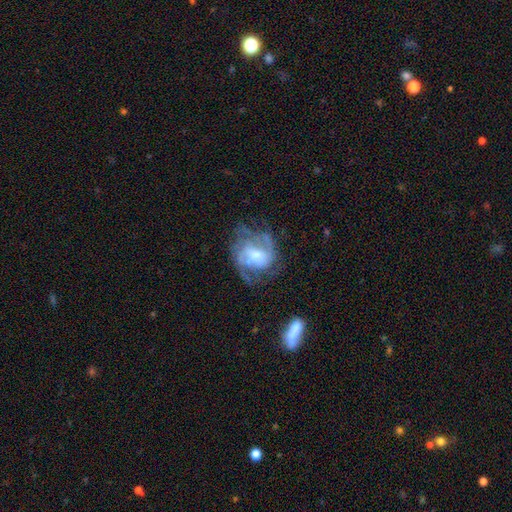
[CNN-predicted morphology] Smooth or featured: featured or disk — 78% (smooth — 15%)
Edge-on disk: no — 98% (yes — 2%)
Bar: no — 56% (weak — 35%)
Spiral arms: yes — 88% (no — 12%)
Spiral winding: medium — 46% (tight — 34%)
Spiral arm count: 2 — 33% (can't tell — 30%)
Bulge size: moderate — 44% (small — 27%)
Merging: none — 57% (major disturbance — 21%)